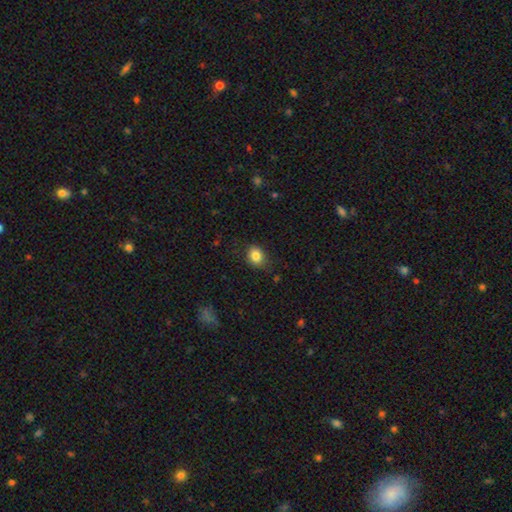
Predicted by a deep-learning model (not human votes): The model was most divided on "how rounded": round: 53%, in between: 46%, cigar-shaped: 1%. More confident: smooth or featured — smooth (83%); merging — none (79%).